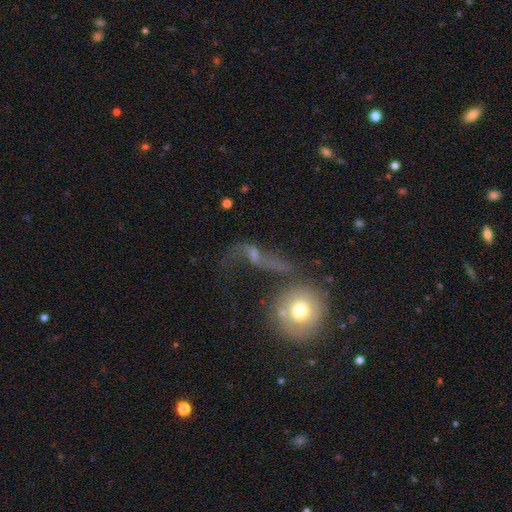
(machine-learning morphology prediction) smooth_or_featured: featured or disk (p=0.59) [alt: smooth p=0.25]
disk_edge_on: no (p=0.90) [alt: yes p=0.10]
bar: no (p=0.59) [alt: weak p=0.29]
has_spiral_arms: yes (p=0.71) [alt: no p=0.29]
bulge_size: small (p=0.42) [alt: moderate p=0.35]
merging: major disturbance (p=0.33) [tied with: none p=0.33]